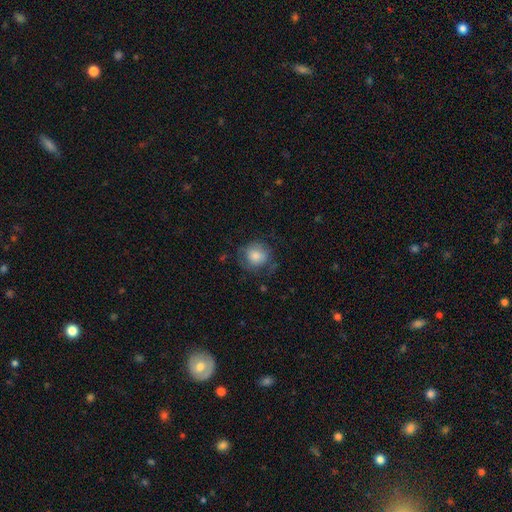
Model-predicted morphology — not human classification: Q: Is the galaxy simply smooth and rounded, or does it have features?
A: smooth — 75%.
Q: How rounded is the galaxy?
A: round — 82%.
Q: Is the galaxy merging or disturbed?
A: none — 63%.